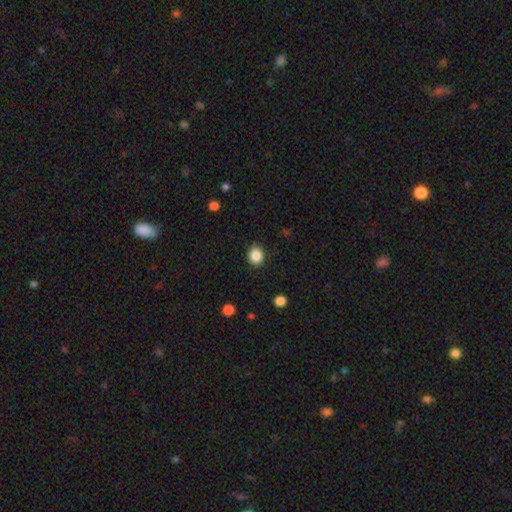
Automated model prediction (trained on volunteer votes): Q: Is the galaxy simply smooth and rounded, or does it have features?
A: smooth — 87%.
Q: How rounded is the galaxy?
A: round — 75%.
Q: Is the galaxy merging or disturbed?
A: none — 88%.